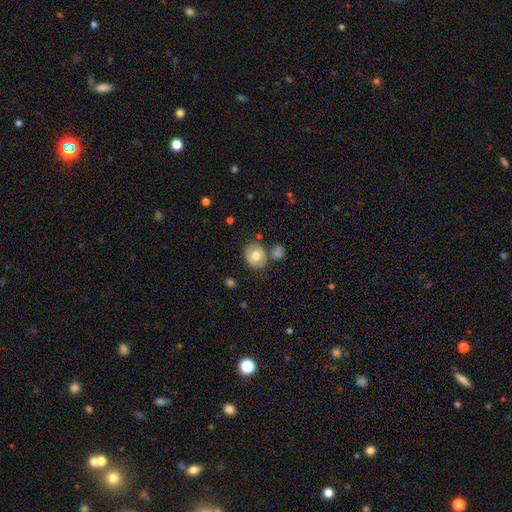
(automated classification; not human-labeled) This appears to be a smooth galaxy with no disk features (68%) that is round (64%). Merging: none (68%).